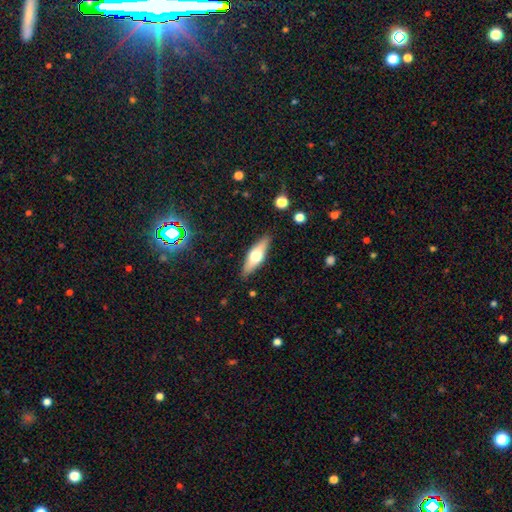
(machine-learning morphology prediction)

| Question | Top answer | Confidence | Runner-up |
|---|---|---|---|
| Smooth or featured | smooth | 50% | featured or disk (44%) |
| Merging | none | 87% | minor disturbance (9%) |